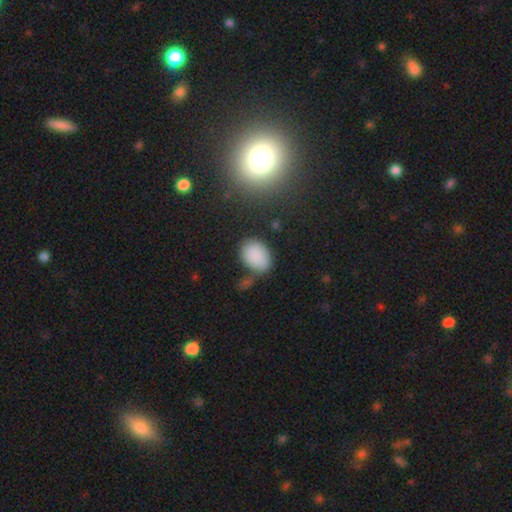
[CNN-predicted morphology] Smooth or featured: smooth — 86% (star or artifact — 9%)
How rounded: in between — 77% (round — 21%)
Merging: none — 59% (minor disturbance — 20%)